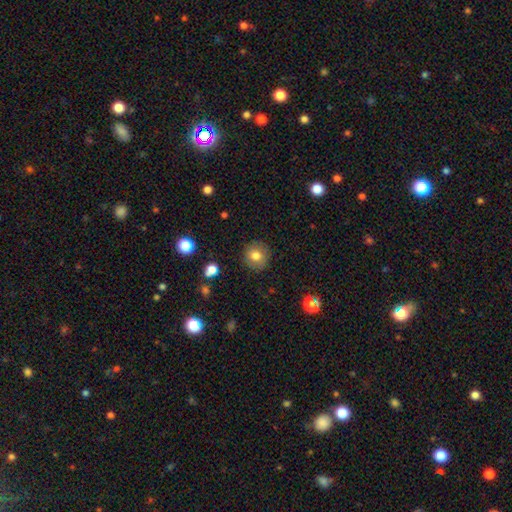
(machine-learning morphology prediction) Smooth or featured? smooth (78%)
How rounded? round (89%)
Merging? none (87%)